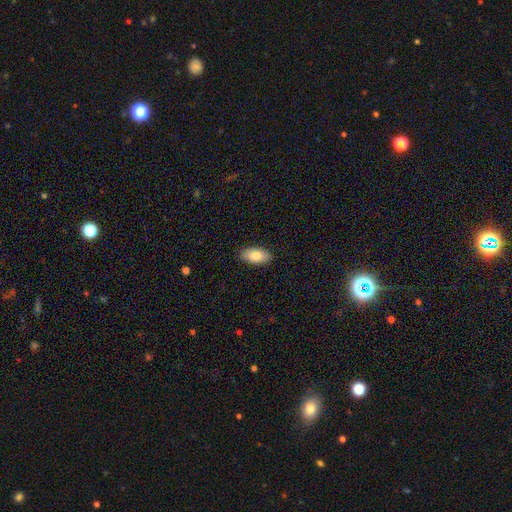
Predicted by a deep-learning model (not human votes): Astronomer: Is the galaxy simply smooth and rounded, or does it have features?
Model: smooth — 83%.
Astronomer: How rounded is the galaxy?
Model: in between — 93%.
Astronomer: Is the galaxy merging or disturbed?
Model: none — 89%.